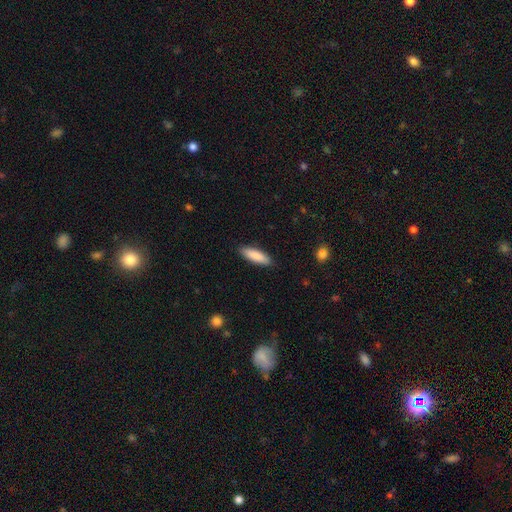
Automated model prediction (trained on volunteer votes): Morphology: type=smooth (87%); roundness=cigar-shaped (54%); merging=none (89%).